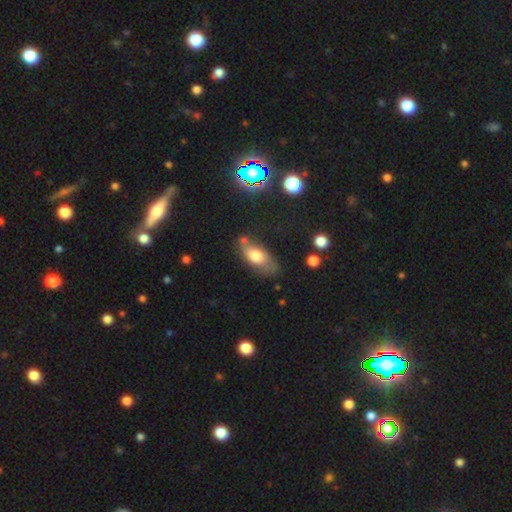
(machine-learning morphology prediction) Smooth or featured?
  - smooth: 69% *
  - featured or disk: 22%
  - star or artifact: 9%
How rounded?
  - in between: 84% *
  - cigar-shaped: 11%
  - round: 5%
Merging?
  - none: 61% *
  - minor disturbance: 24%
  - merger: 8%
  - major disturbance: 7%